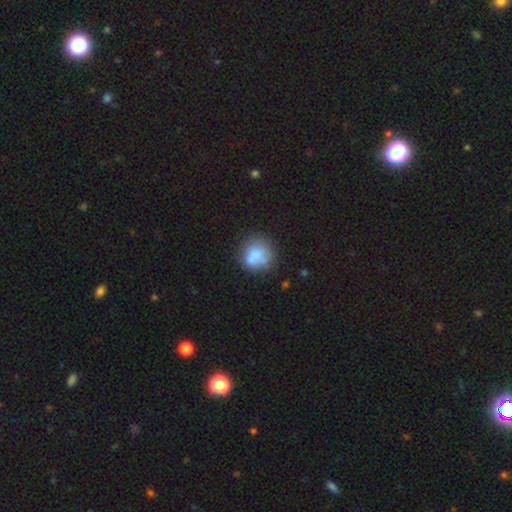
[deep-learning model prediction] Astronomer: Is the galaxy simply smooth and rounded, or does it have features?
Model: smooth — 72%.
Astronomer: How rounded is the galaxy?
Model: round — 85%.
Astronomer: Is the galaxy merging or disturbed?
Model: none — 57%.